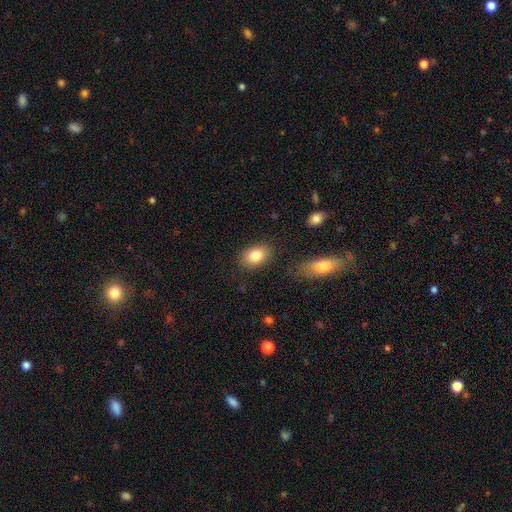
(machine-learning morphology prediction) smooth 83%, featured or disk 10%, star or artifact 8%. Down the decision tree: how rounded — in between (82%); merging — none (84%).